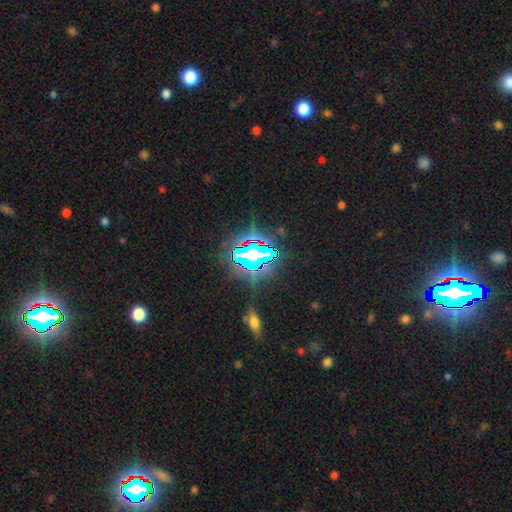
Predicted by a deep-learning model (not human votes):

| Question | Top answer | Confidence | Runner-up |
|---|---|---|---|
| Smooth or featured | star or artifact | 77% | smooth (13%) |